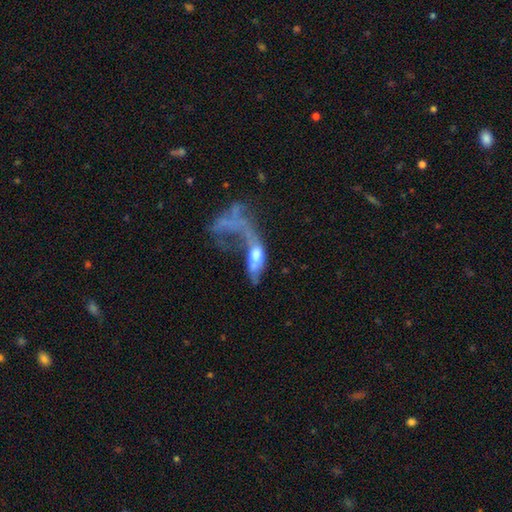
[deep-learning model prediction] Smooth or featured: featured or disk — 47% (smooth — 43%)
Merging: major disturbance — 57% (merger — 25%)